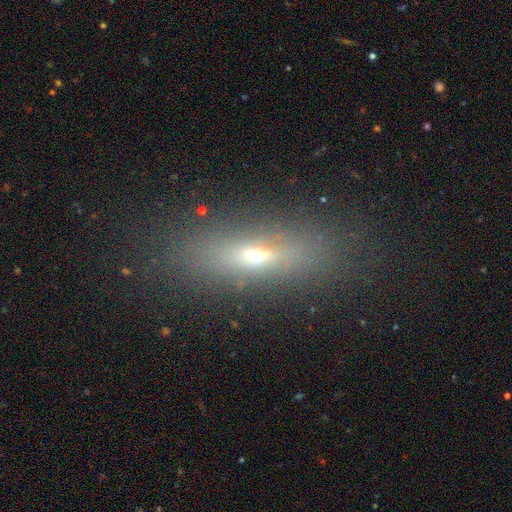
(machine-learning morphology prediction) smooth 49%, featured or disk 35%, star or artifact 16%. Down the decision tree: merging — none (79%).